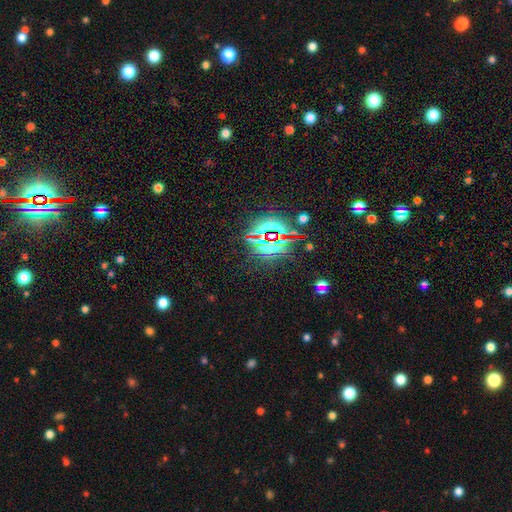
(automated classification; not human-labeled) A star or artifact, not a galaxy (82%).

Vote fractions:
- Smooth or featured? star or artifact: 82% / smooth: 10% / featured or disk: 7%